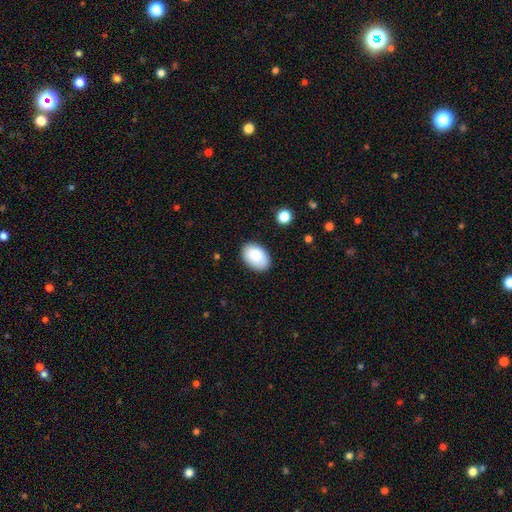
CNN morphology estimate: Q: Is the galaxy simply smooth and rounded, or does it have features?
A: smooth — 88%.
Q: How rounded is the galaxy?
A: in between — 89%.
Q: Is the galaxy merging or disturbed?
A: none — 86%.